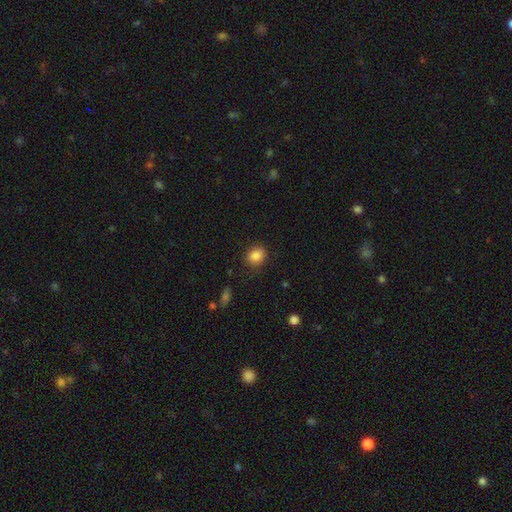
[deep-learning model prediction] smooth-or-featured: smooth: 86% | star or artifact: 9% | featured or disk: 5%
  how-rounded: in between: 50% | round: 49% | cigar-shaped: 1%
  merging: none: 86% | minor disturbance: 10% | major disturbance: 3% | merger: 1%